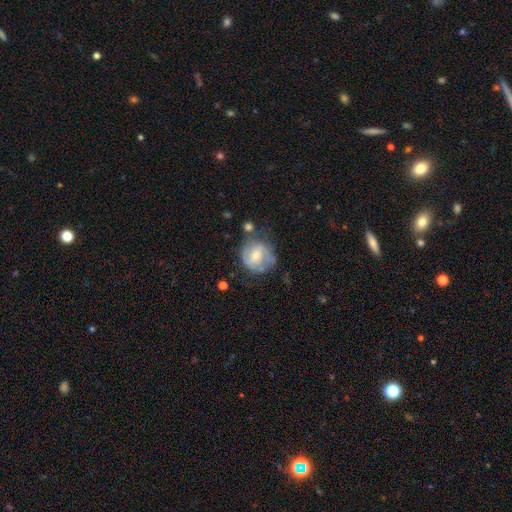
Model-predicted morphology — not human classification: smooth_or_featured: featured or disk (p=0.64) [alt: smooth p=0.29]
disk_edge_on: no (p=0.97) [alt: yes p=0.03]
bar: weak (p=0.49) [alt: no p=0.38]
has_spiral_arms: yes (p=0.83) [alt: no p=0.17]
spiral_winding: medium (p=0.46) [alt: tight p=0.33]
spiral_arm_count: 2 (p=0.70) [alt: can't tell p=0.19]
bulge_size: moderate (p=0.46) [alt: small p=0.44]
merging: none (p=0.55) [alt: minor disturbance p=0.24]